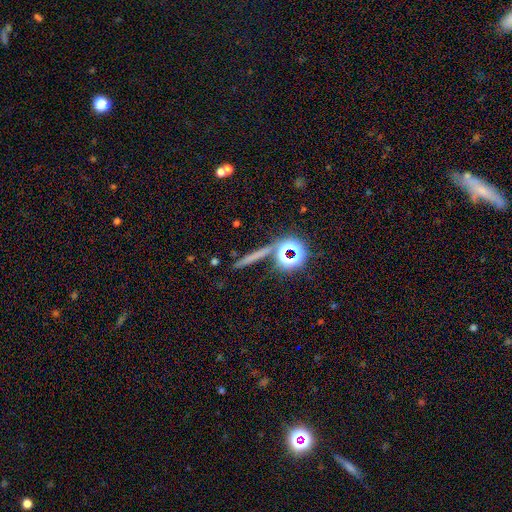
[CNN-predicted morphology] Smooth or featured: smooth — 43% (star or artifact — 32%)
Merging: none — 82% (minor disturbance — 9%)